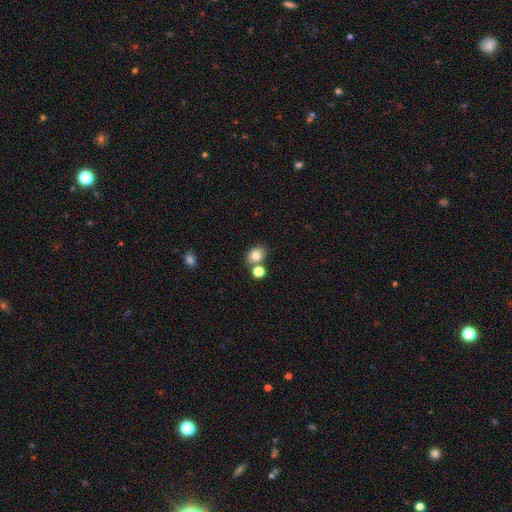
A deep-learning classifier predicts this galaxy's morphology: Overall: smooth (81%). How rounded: in between (50%; round 49%). Merging: none (66%).